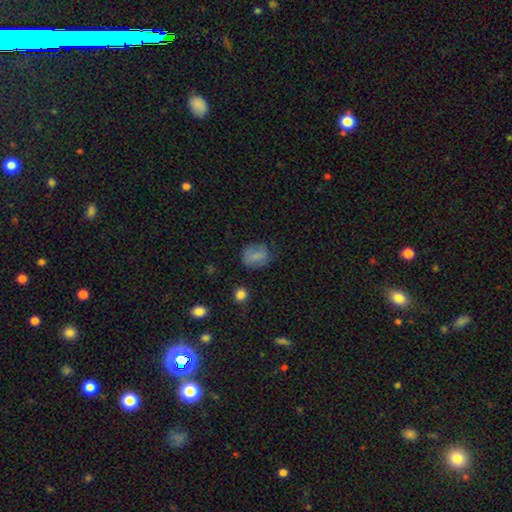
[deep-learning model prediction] Smooth or featured: smooth — 77% (featured or disk — 12%)
How rounded: round — 52% (in between — 47%)
Merging: none — 66% (minor disturbance — 23%)